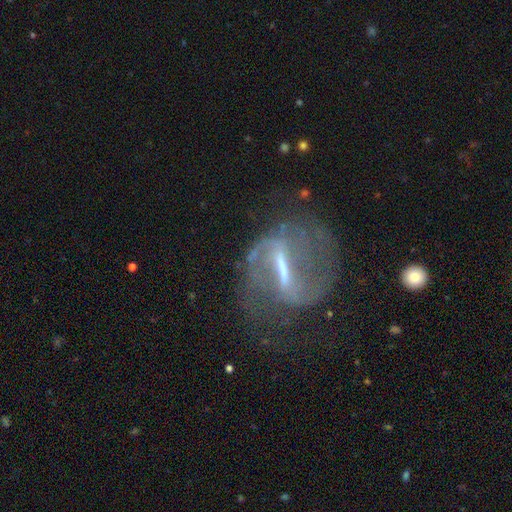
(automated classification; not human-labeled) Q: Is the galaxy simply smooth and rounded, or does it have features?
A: featured or disk — 83%.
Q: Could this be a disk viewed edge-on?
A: no — 90%.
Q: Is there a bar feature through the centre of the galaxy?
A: strong — 77%.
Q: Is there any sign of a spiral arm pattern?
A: yes — 81%.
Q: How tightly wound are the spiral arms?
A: medium — 42%.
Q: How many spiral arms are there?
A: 2 — 76%.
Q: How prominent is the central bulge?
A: moderate — 34%.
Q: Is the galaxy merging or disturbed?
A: none — 53%.